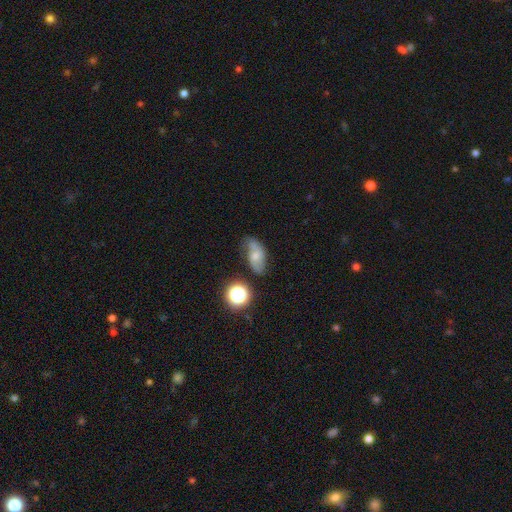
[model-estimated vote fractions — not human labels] Overall: smooth (48%; featured or disk 39%). Merging: none (56%; minor disturbance 29%).